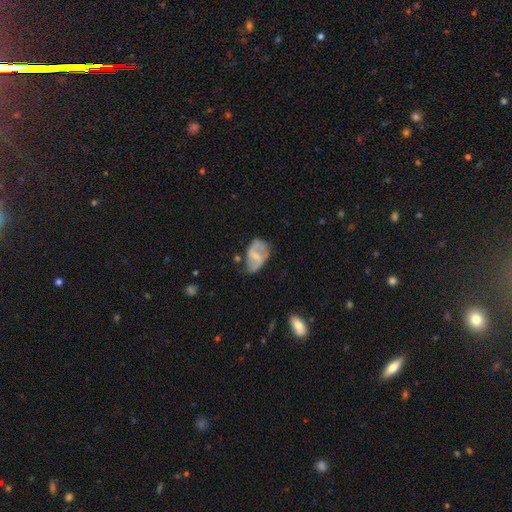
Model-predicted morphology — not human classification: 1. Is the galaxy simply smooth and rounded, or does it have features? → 62% featured or disk, 31% smooth, 7% star or artifact.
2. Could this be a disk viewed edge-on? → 97% no, 3% yes.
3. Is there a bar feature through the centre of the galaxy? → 49% weak, 26% no, 24% strong.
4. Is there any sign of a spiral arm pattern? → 72% yes, 28% no.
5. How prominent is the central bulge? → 49% small, 26% moderate, 23% none, 2% large, 1% dominant.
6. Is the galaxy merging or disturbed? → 45% none, 32% minor disturbance, 19% major disturbance, 4% merger.